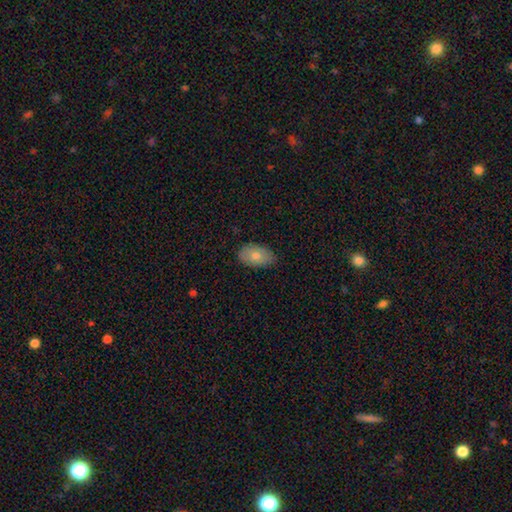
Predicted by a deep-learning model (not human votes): smooth 76%, featured or disk 18%, star or artifact 7%. Down the decision tree: how rounded — in between (91%); merging — none (79%).